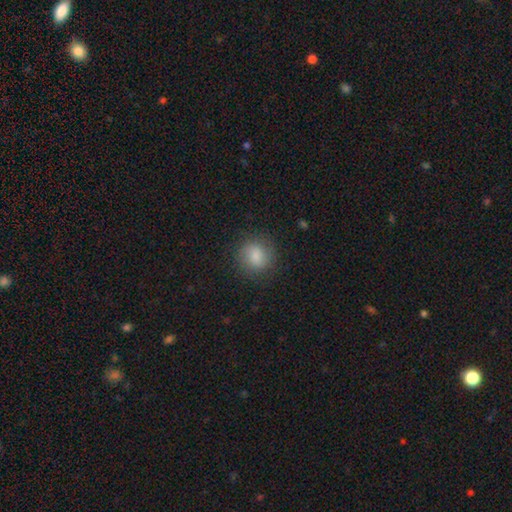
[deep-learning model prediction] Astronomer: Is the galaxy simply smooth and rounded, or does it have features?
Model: smooth — 80%.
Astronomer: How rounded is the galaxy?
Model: round — 86%.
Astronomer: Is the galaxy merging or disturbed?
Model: none — 82%.